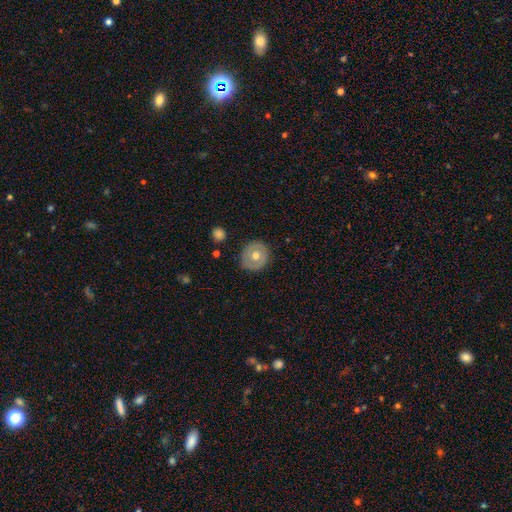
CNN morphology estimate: This is possibly a smooth galaxy (54%). How rounded: clearly round (84%). Merging: clearly none (86%).